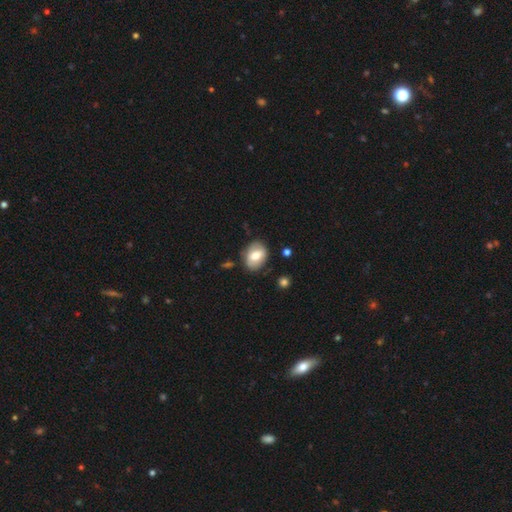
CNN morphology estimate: The model was most divided on "how rounded": in between: 67%, round: 31%, cigar-shaped: 1%. More confident: merging — none (78%); smooth or featured — smooth (66%).